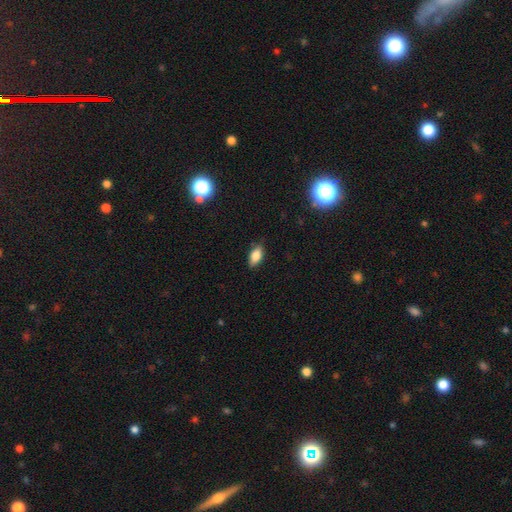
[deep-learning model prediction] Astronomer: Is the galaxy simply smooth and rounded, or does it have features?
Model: smooth — 81%.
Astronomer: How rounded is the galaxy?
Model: in between — 88%.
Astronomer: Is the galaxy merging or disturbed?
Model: none — 82%.